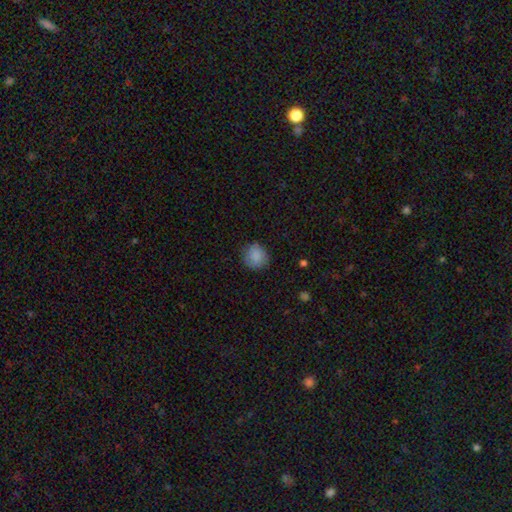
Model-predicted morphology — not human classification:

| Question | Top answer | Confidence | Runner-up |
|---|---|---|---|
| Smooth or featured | smooth | 87% | star or artifact (8%) |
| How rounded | round | 86% | in between (13%) |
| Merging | none | 83% | minor disturbance (13%) |